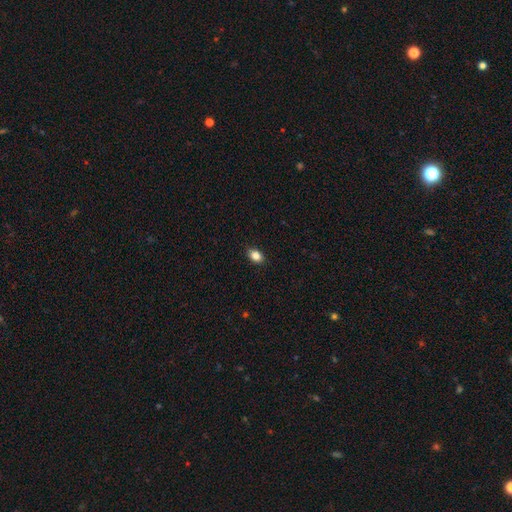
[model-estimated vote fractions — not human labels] This appears to be a smooth galaxy with no disk features (85%) that is in between round and cigar-shaped (79%). Merging: none (88%).